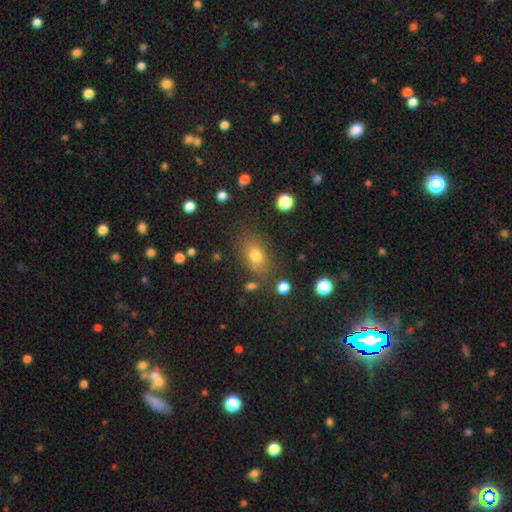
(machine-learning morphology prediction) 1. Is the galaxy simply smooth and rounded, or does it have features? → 75% smooth, 14% star or artifact, 11% featured or disk.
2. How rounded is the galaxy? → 72% in between, 25% round, 2% cigar-shaped.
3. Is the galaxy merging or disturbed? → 76% none, 14% minor disturbance, 5% major disturbance, 5% merger.